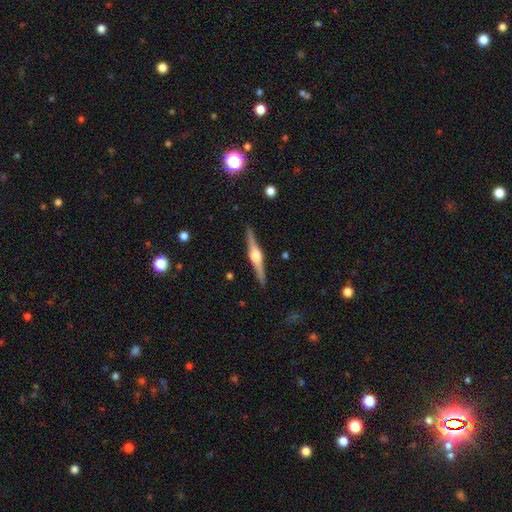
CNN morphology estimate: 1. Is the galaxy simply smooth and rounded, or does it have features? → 82% featured or disk, 13% smooth, 5% star or artifact.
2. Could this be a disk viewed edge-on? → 98% yes, 2% no.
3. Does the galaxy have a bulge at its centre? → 91% rounded, 7% boxy, 2% none.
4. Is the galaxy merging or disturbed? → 91% none, 6% minor disturbance, 1% major disturbance, 1% merger.